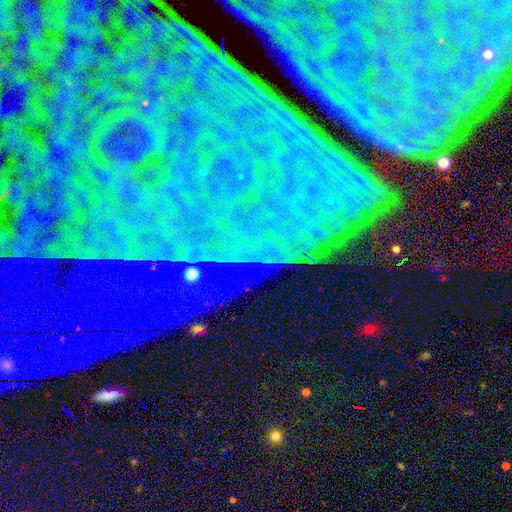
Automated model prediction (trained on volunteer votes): Smooth or featured? Predicted: star or artifact (p=0.82).